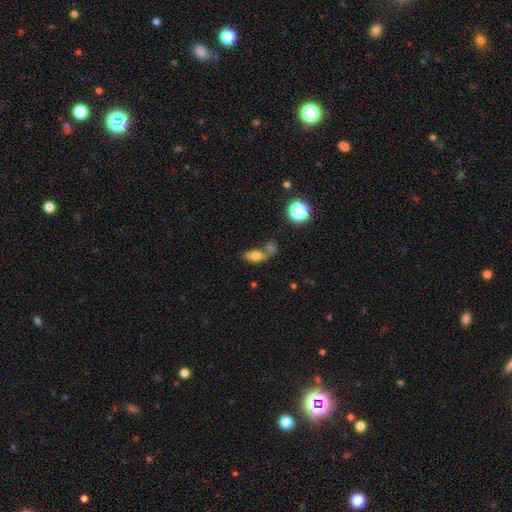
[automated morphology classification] This is likely a smooth galaxy (69%). How rounded: likely in between (78%). Merging: marginally merger (40%).